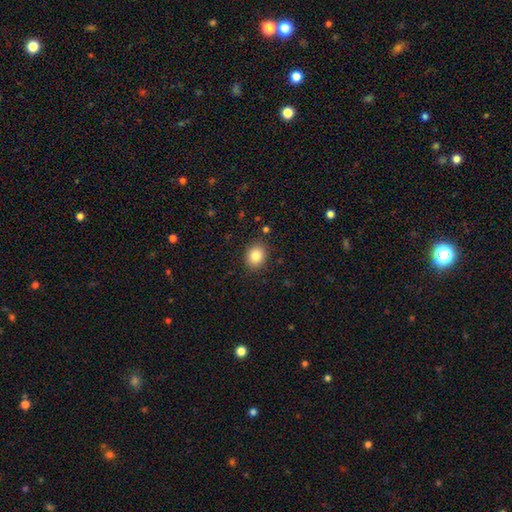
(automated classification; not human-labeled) This is clearly a smooth galaxy (85%). How rounded: possibly round (59%). Merging: clearly none (88%).